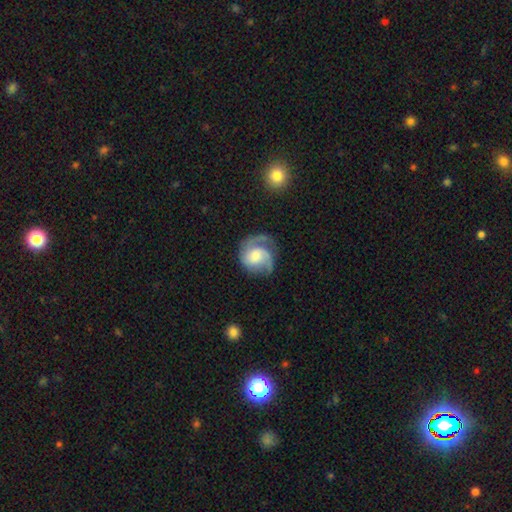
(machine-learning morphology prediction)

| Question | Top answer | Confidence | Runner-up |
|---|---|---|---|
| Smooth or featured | featured or disk | 76% | smooth (19%) |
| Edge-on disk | no | 98% | yes (2%) |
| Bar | no | 62% | weak (32%) |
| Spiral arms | yes | 94% | no (6%) |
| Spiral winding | medium | 45% | tight (35%) |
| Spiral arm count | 2 | 58% | 1 (22%) |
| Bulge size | moderate | 41% | small (26%) |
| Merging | none | 57% | minor disturbance (23%) |